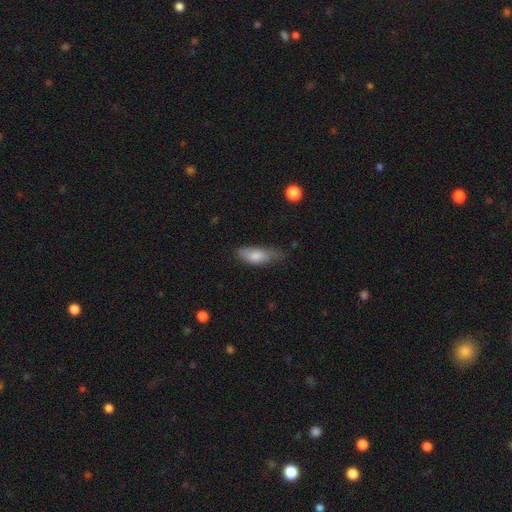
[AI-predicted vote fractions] Smooth or featured?
  - smooth: 77% *
  - featured or disk: 16%
  - star or artifact: 7%
How rounded?
  - in between: 77% *
  - cigar-shaped: 21%
  - round: 3%
Merging?
  - none: 47% *
  - minor disturbance: 39%
  - major disturbance: 12%
  - merger: 2%